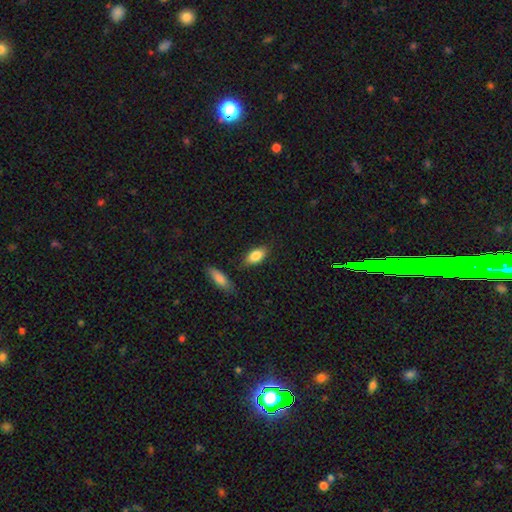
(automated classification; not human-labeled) A smooth galaxy with no disk features (84%) that is in between round and cigar-shaped (87%).

Vote fractions:
- Smooth or featured? smooth: 84% / featured or disk: 10% / star or artifact: 7%
- How rounded? in between: 87% / cigar-shaped: 10% / round: 3%
- Merging? none: 80% / minor disturbance: 13% / merger: 4% / major disturbance: 3%